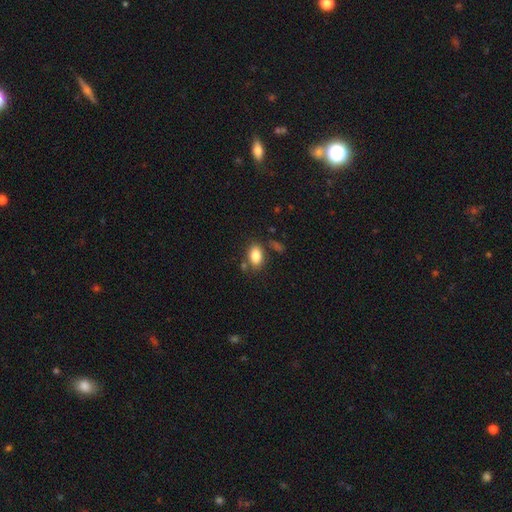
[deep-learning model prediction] smooth_or_featured: smooth (p=0.85) [alt: star or artifact p=0.08]
how_rounded: in between (p=0.87) [alt: round p=0.11]
merging: none (p=0.75) [alt: minor disturbance p=0.13]